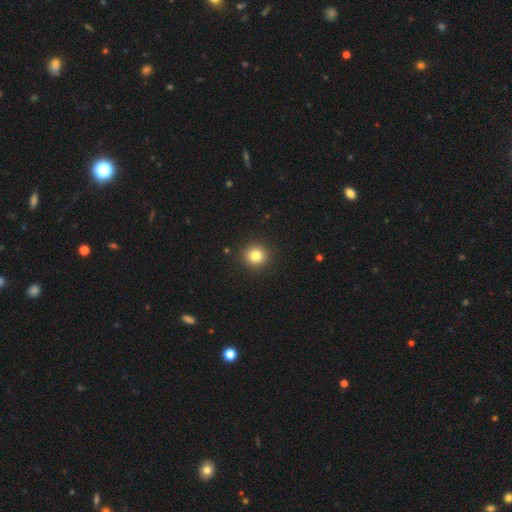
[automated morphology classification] Q: Smooth or featured?
A: smooth (82%); runner-up: star or artifact (12%)
Q: How rounded?
A: round (92%); runner-up: in between (7%)
Q: Merging?
A: none (92%); runner-up: minor disturbance (5%)